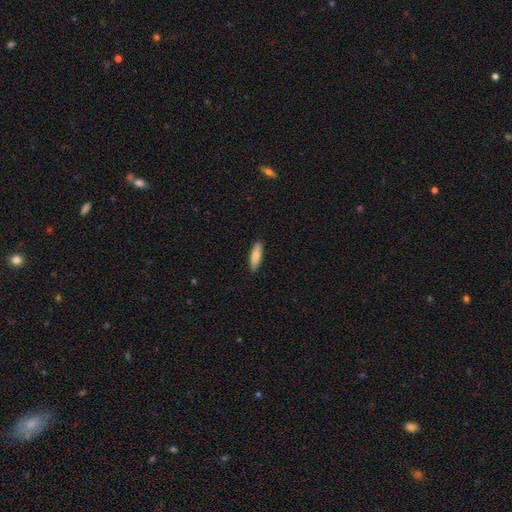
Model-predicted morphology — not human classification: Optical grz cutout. It shows a smooth galaxy with no disk features (80%) that is cigar-shaped (59%). Merging: none (90%).